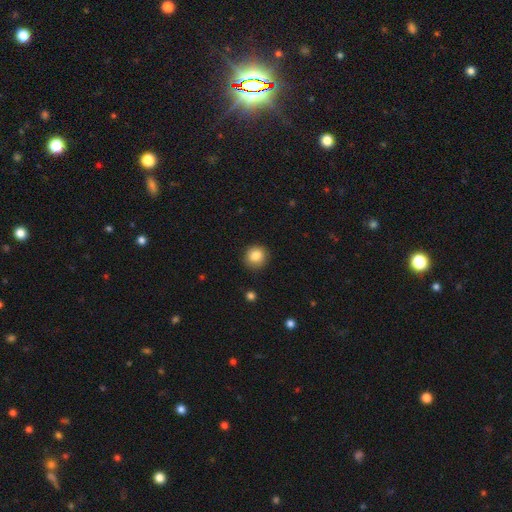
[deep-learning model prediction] Q: Smooth or featured?
A: smooth (84%); runner-up: star or artifact (9%)
Q: How rounded?
A: round (90%); runner-up: in between (9%)
Q: Merging?
A: none (89%); runner-up: minor disturbance (8%)